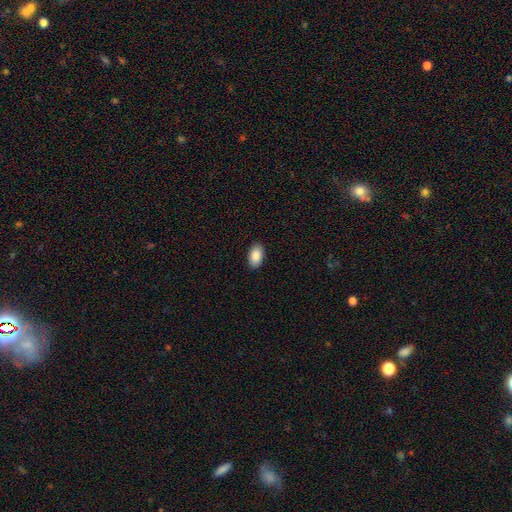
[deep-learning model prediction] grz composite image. It shows a smooth galaxy with no disk features (89%) that is in between round and cigar-shaped (94%). Merging: none (90%).